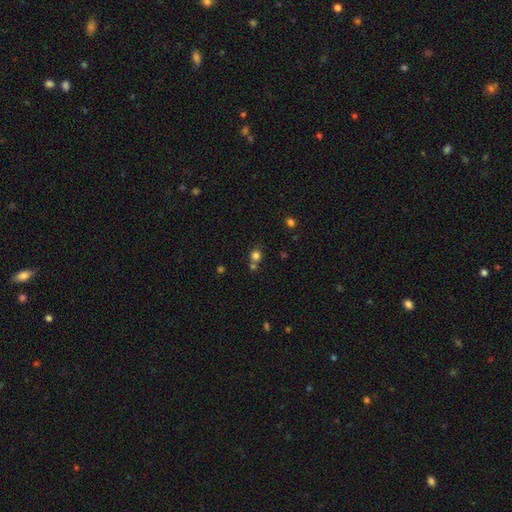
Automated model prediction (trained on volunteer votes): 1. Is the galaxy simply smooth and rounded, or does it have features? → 77% smooth, 16% star or artifact, 7% featured or disk.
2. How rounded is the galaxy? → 85% round, 14% in between, 1% cigar-shaped.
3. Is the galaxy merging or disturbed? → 56% none, 33% merger, 8% minor disturbance, 4% major disturbance.